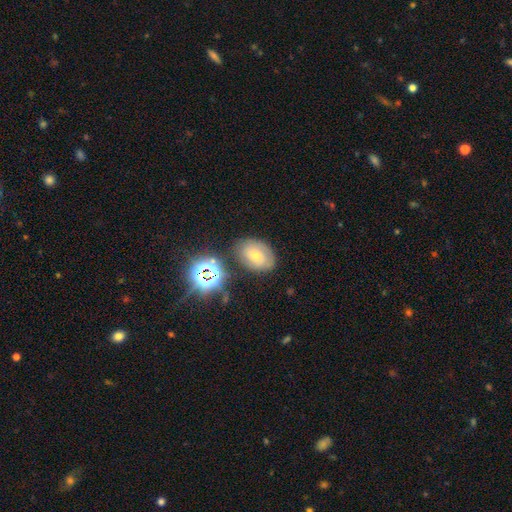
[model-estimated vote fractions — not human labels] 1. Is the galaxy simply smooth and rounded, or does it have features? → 40% smooth, 32% featured or disk, 28% star or artifact.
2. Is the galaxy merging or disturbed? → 78% none, 14% minor disturbance, 4% major disturbance, 4% merger.